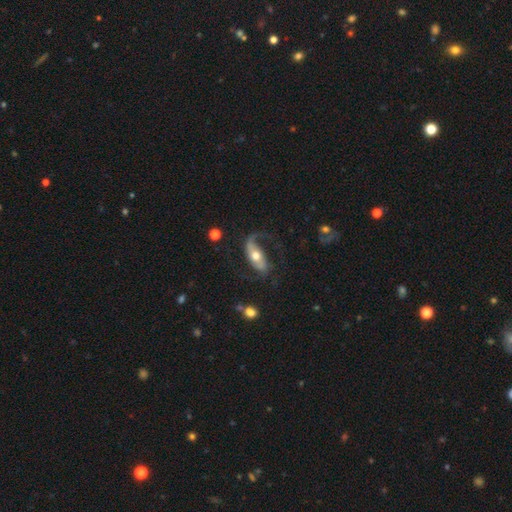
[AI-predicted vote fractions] A featured or disk galaxy (71%) with no bar (51%), 2 (58%) loose (63%) spiral arms (87%) and a moderate central bulge (71%). Merging: none (47%).